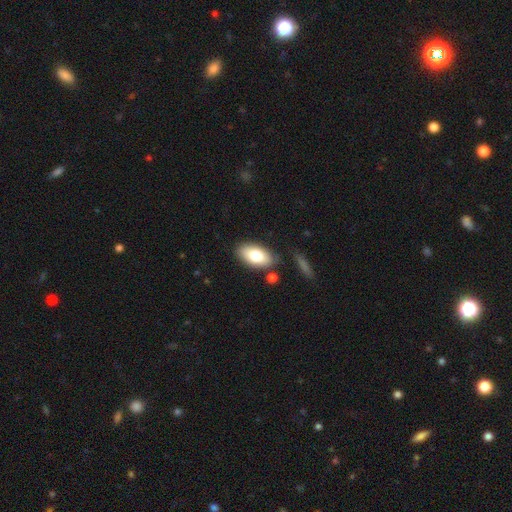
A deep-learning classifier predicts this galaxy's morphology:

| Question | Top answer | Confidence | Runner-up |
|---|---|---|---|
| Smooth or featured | smooth | 77% | featured or disk (16%) |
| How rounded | in between | 92% | round (4%) |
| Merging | none | 80% | minor disturbance (12%) |